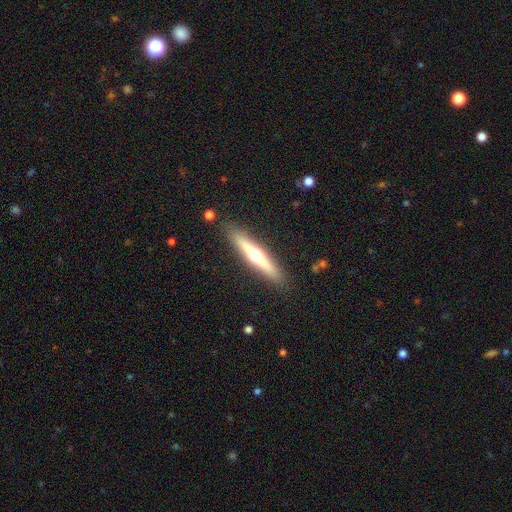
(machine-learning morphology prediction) Smooth or featured? featured or disk (60%)
Edge-on disk? yes (96%)
Edge-on bulge? rounded (88%)
Merging? none (89%)